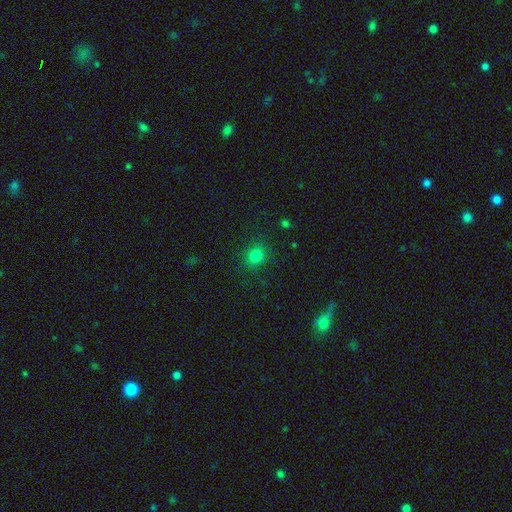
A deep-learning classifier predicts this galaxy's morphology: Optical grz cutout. It shows a smooth galaxy with no disk features (81%) that is round (79%). Merging: none (88%).